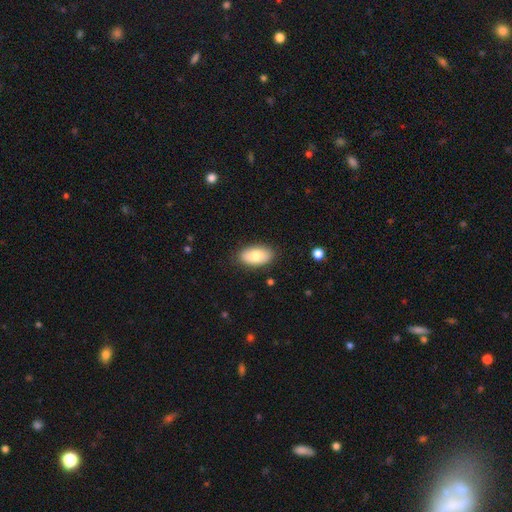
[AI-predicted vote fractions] Q: Smooth or featured?
A: smooth (75%); runner-up: featured or disk (19%)
Q: How rounded?
A: in between (94%); runner-up: round (5%)
Q: Merging?
A: none (85%); runner-up: minor disturbance (11%)